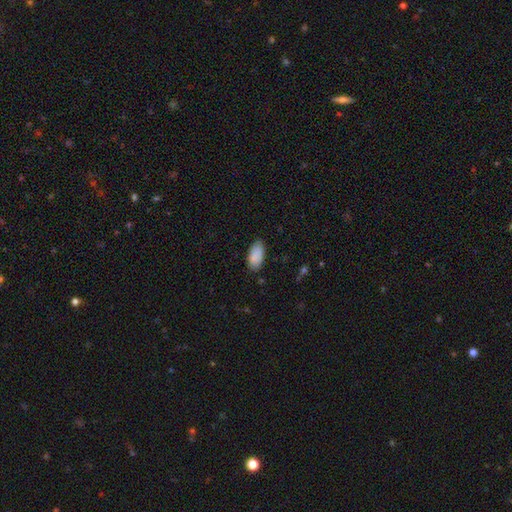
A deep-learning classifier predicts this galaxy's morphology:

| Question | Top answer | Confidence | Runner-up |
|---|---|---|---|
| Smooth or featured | smooth | 90% | star or artifact (6%) |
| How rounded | in between | 93% | cigar-shaped (5%) |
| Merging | none | 84% | minor disturbance (13%) |